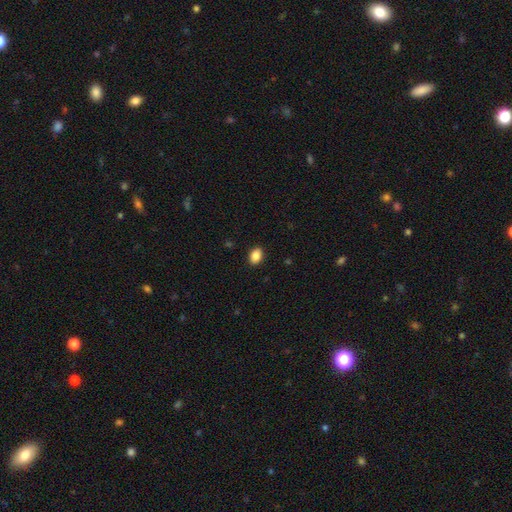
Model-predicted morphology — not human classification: Q: Smooth or featured?
A: smooth (88%); runner-up: star or artifact (8%)
Q: How rounded?
A: in between (77%); runner-up: round (22%)
Q: Merging?
A: none (90%); runner-up: minor disturbance (7%)